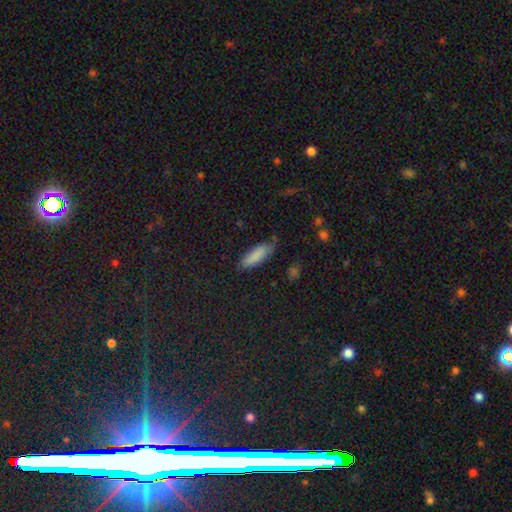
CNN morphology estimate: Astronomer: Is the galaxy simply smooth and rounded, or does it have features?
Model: smooth — 85%.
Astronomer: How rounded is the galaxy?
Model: in between — 57% (runner-up: cigar-shaped, 41%).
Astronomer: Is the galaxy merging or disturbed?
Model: none — 75%.